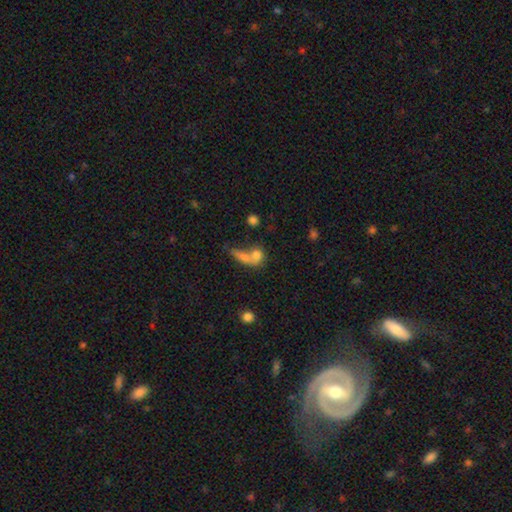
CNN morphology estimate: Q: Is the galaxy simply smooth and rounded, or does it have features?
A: smooth — 72%.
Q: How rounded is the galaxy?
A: round — 43%.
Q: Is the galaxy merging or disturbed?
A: merger — 52%.